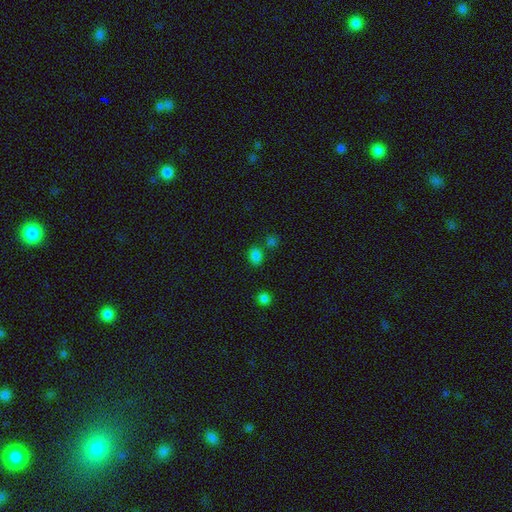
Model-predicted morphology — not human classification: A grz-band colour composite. It shows a smooth galaxy with no disk features (79%) that is in between round and cigar-shaped (57%). Merging: none (75%).